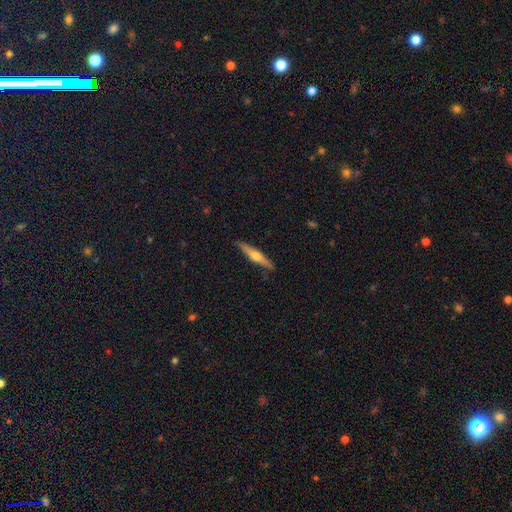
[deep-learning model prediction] A featured or disk galaxy (62%) viewed edge-on (97%) with a rounded central bulge (90%). Merging: none (88%).